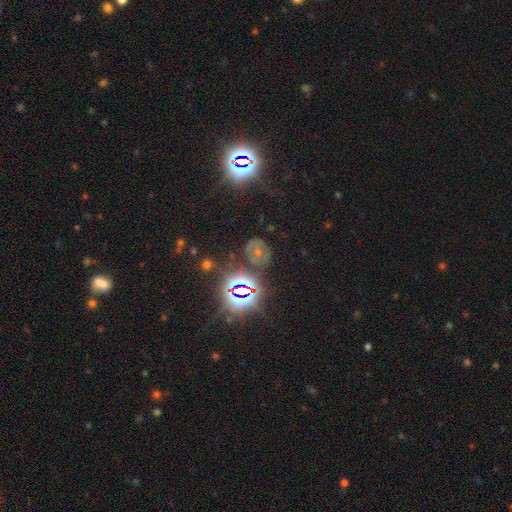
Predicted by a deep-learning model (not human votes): Smooth or featured?
  - star or artifact: 67% *
  - smooth: 17%
  - featured or disk: 16%